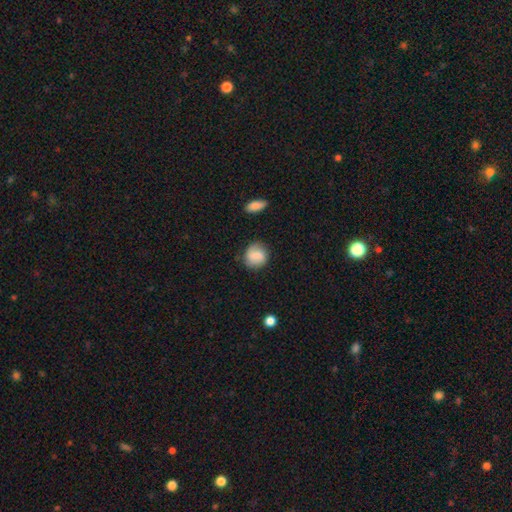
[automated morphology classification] smooth-or-featured: smooth: 73% | featured or disk: 20% | star or artifact: 8%
  how-rounded: round: 79% | in between: 20% | cigar-shaped: 1%
  merging: none: 78% | minor disturbance: 16% | major disturbance: 4% | merger: 2%